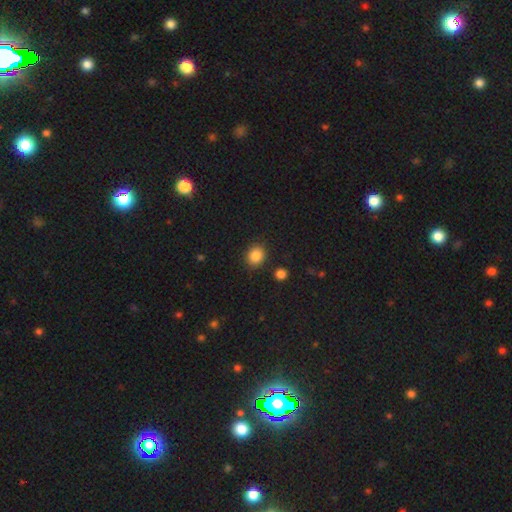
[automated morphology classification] Smooth or featured: smooth — 86% (star or artifact — 10%)
How rounded: round — 68% (in between — 31%)
Merging: none — 86% (minor disturbance — 9%)